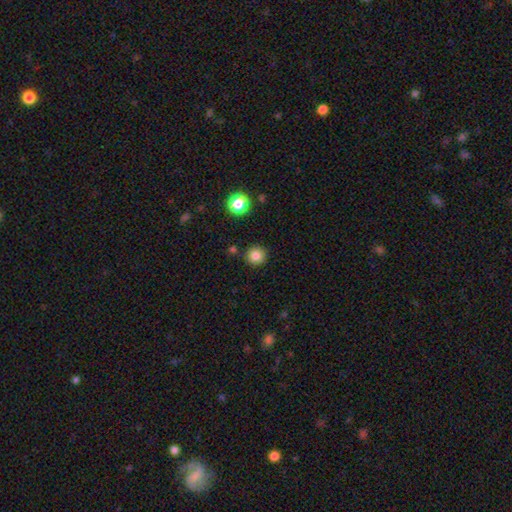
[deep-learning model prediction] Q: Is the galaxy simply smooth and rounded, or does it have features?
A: smooth — 83%.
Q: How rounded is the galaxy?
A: round — 93%.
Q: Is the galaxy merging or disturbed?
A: none — 88%.